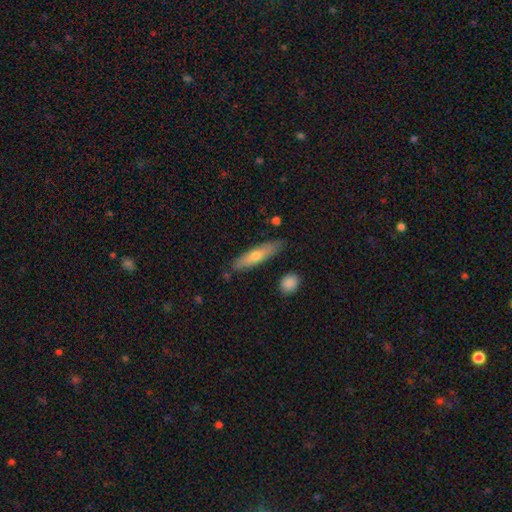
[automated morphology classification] Q: Smooth or featured?
A: smooth (58%); runner-up: featured or disk (36%)
Q: How rounded?
A: cigar-shaped (75%); runner-up: in between (23%)
Q: Merging?
A: none (81%); runner-up: minor disturbance (13%)